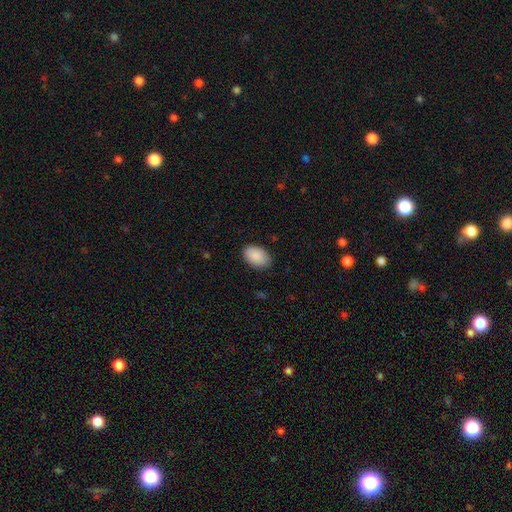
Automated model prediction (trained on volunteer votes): A smooth galaxy with no disk features (90%) that is in between round and cigar-shaped (90%). Merging: none (85%).